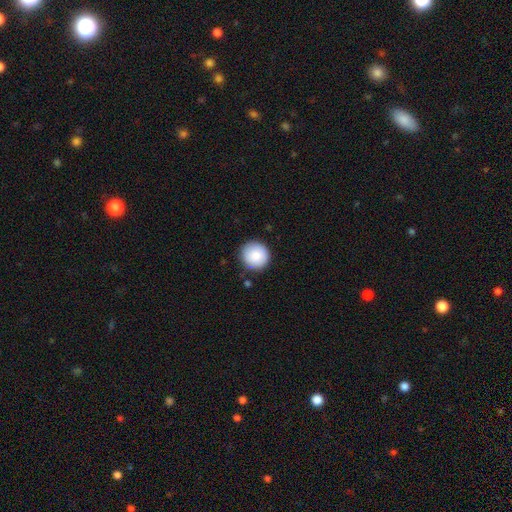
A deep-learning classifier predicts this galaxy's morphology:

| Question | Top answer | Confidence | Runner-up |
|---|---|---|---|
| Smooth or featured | smooth | 86% | star or artifact (7%) |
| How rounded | round | 94% | in between (5%) |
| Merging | none | 87% | minor disturbance (9%) |